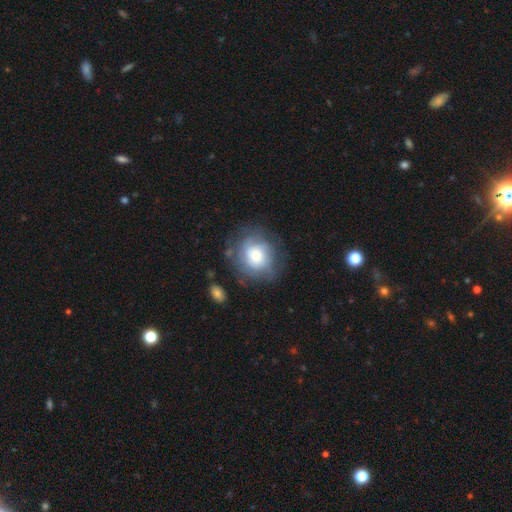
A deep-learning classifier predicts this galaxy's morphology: A smooth galaxy with no disk features (53%) that is round (86%). Merging: none (70%).